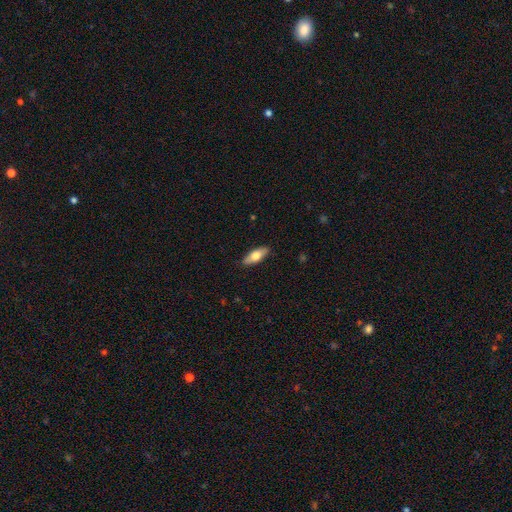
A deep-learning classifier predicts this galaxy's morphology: type=smooth (66%); roundness=in between (67%); merging=none (88%).